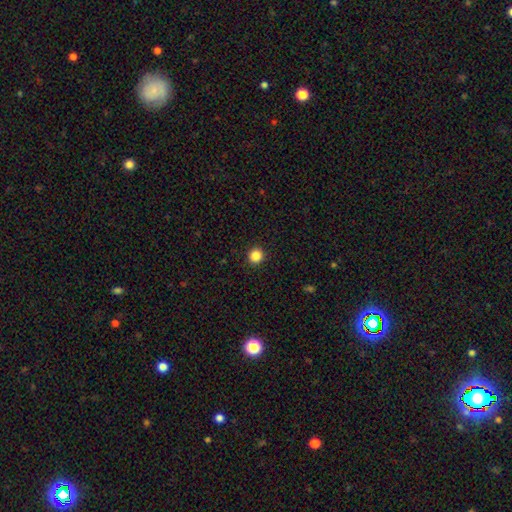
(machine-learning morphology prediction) This is clearly a smooth galaxy (87%). How rounded: clearly round (92%). Merging: clearly none (93%).